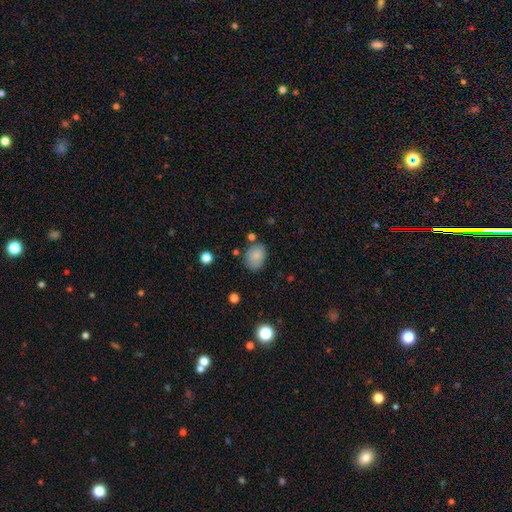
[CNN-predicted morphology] Smooth or featured? smooth (83%)
How rounded? in between (72%)
Merging? none (71%)